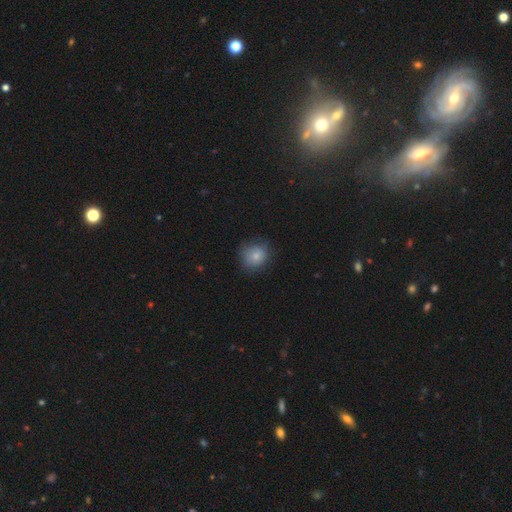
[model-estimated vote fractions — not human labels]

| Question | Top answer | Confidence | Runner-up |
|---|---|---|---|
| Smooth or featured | smooth | 79% | featured or disk (11%) |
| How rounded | round | 83% | in between (16%) |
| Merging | none | 72% | minor disturbance (21%) |